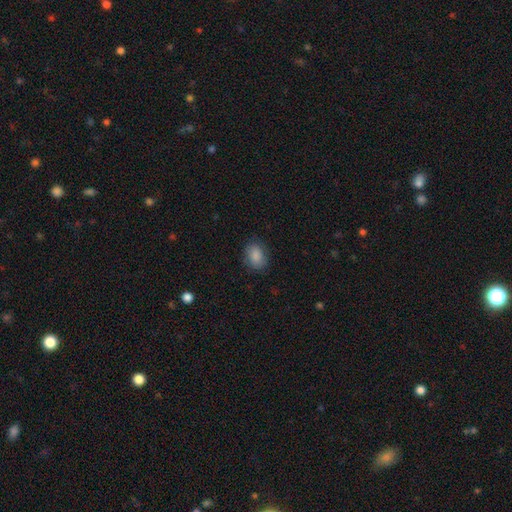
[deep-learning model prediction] This is clearly a smooth galaxy (87%). How rounded: likely in between (73%). Merging: clearly none (82%).